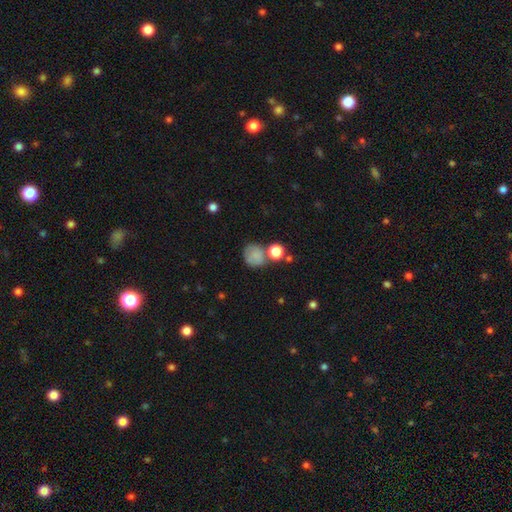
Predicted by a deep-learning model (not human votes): Overall: smooth (78%). How rounded: round (79%). Merging: none (56%; minor disturbance 18%).